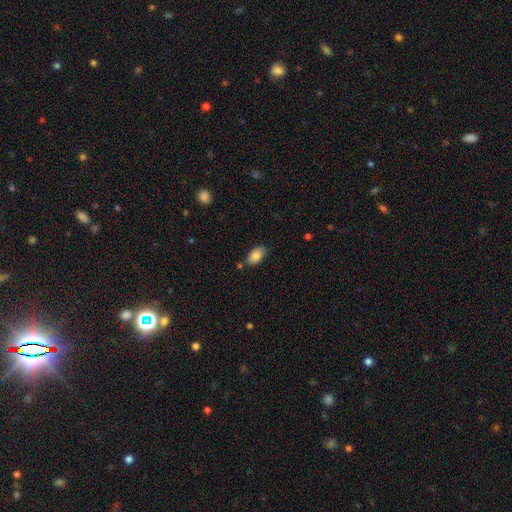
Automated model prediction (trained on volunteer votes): Smooth or featured? Predicted: smooth (p=0.84). How rounded? Predicted: in between (p=0.93). Merging? Predicted: none (p=0.74).